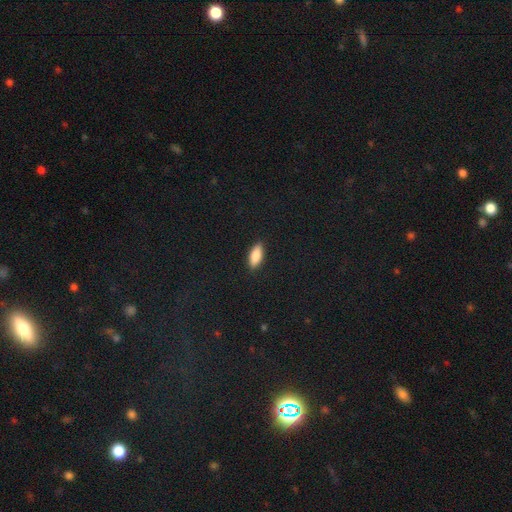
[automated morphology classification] type=smooth (87%); roundness=in between (81%); merging=none (90%).